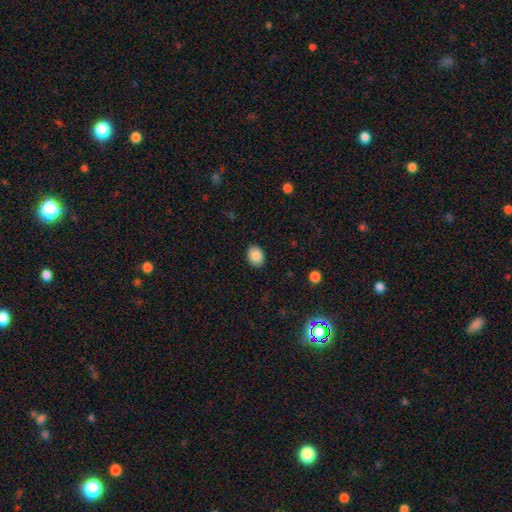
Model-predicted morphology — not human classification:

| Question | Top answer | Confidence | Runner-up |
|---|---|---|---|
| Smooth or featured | smooth | 87% | star or artifact (8%) |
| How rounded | in between | 59% | round (40%) |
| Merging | none | 89% | minor disturbance (8%) |